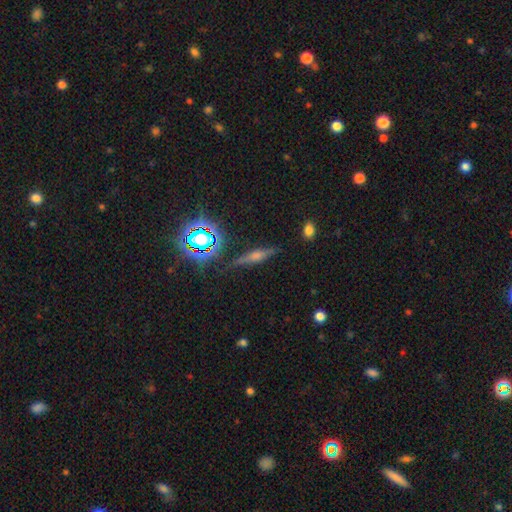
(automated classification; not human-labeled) This appears to be a featured or disk galaxy (50%) viewed edge-on (93%). Merging: none (85%).